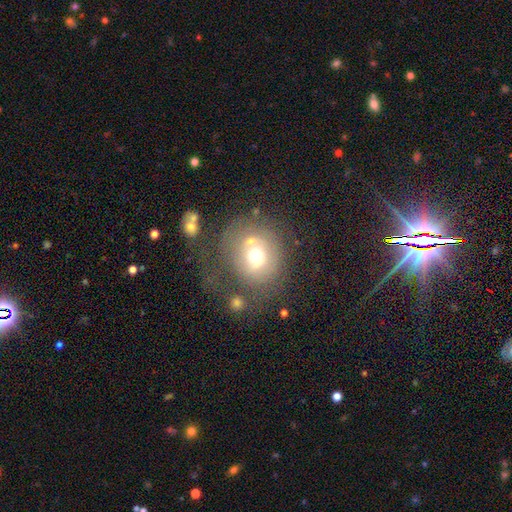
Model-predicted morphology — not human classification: Q: Smooth or featured?
A: smooth (55%); runner-up: featured or disk (32%)
Q: How rounded?
A: round (78%); runner-up: in between (21%)
Q: Merging?
A: none (48%); runner-up: major disturbance (21%)